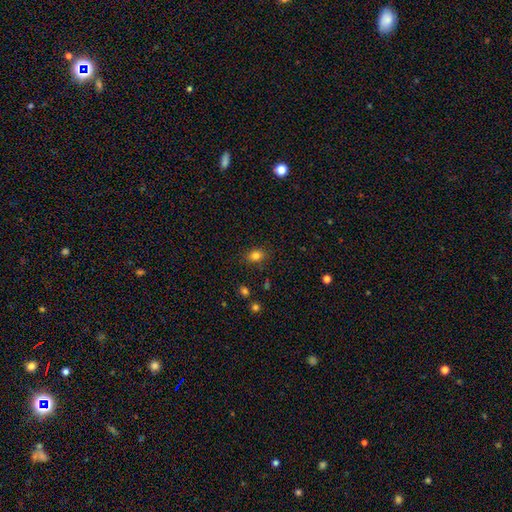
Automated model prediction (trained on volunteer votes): smooth-or-featured: smooth: 81% | star or artifact: 12% | featured or disk: 6%
  how-rounded: in between: 59% | round: 40% | cigar-shaped: 1%
  merging: none: 85% | minor disturbance: 11% | major disturbance: 3% | merger: 2%